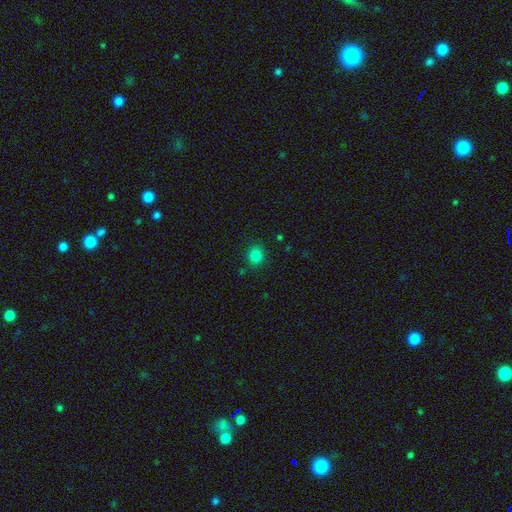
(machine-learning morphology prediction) This appears to be a smooth galaxy with no disk features (83%) that is round (81%). Merging: none (88%).